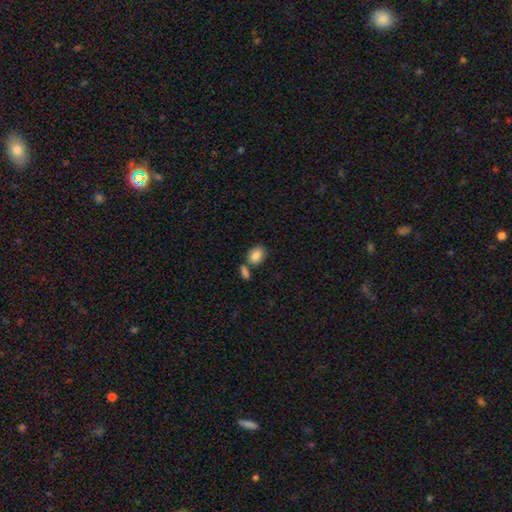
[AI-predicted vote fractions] The model was most divided on "merging": none: 58%, merger: 25%, minor disturbance: 13%, major disturbance: 4%. More confident: smooth or featured — smooth (85%); how rounded — in between (71%).